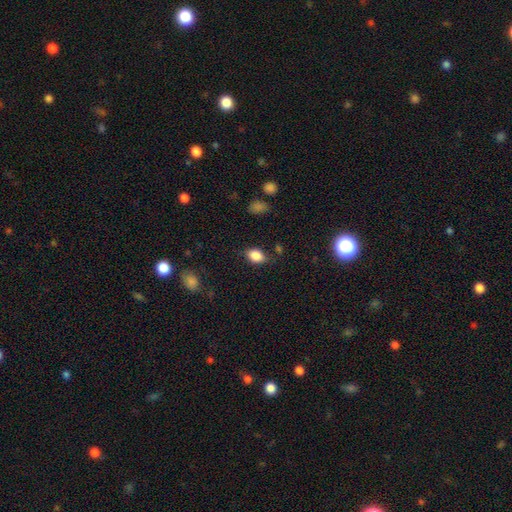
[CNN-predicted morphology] Smooth or featured: smooth — 86% (star or artifact — 8%)
How rounded: in between — 81% (round — 17%)
Merging: none — 78% (minor disturbance — 16%)